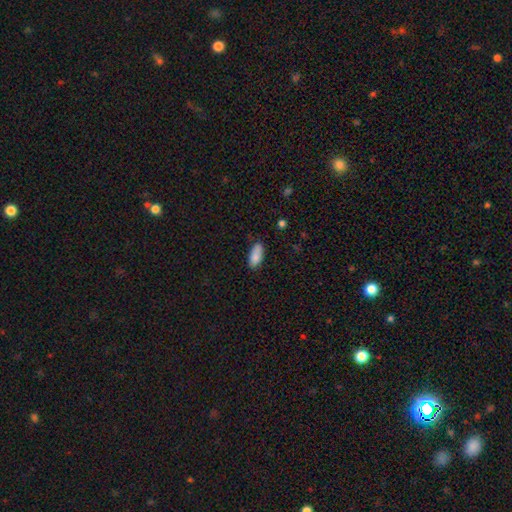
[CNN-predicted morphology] A smooth galaxy with no disk features (86%) that is in between round and cigar-shaped (89%).

Vote fractions:
- Smooth or featured? smooth: 86% / featured or disk: 7% / star or artifact: 7%
- How rounded? in between: 89% / cigar-shaped: 9% / round: 2%
- Merging? none: 74% / minor disturbance: 20% / major disturbance: 3% / merger: 2%